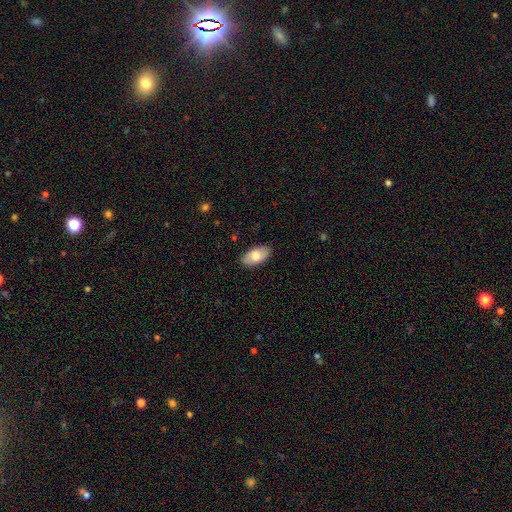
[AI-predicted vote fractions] A smooth galaxy with no disk features (75%) that is in between round and cigar-shaped (95%). Merging: none (88%).